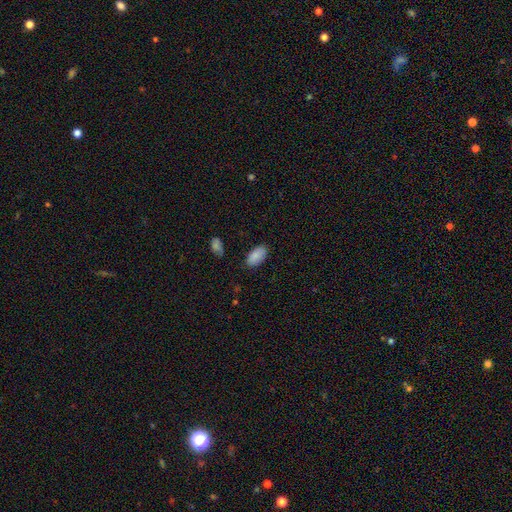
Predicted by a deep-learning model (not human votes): A smooth galaxy with no disk features (87%) that is in between round and cigar-shaped (94%). Merging: none (82%).